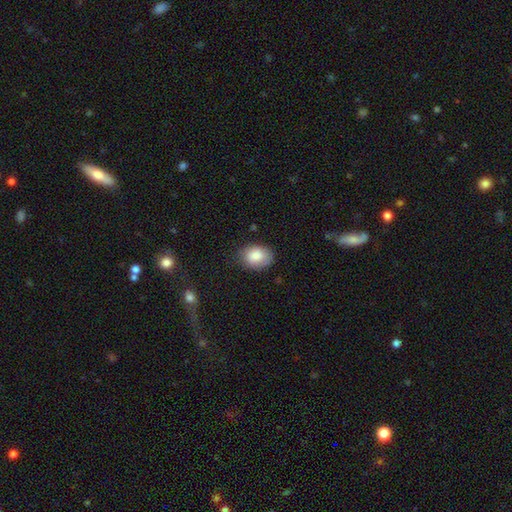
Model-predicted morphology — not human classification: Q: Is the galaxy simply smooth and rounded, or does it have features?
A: smooth — 84%.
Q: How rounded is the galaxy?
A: in between — 68%.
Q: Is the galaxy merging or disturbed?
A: none — 78%.